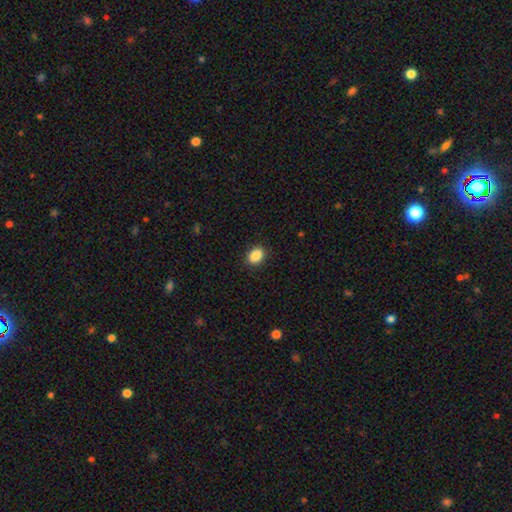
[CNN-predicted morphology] This is clearly a smooth galaxy (88%). How rounded: likely in between (69%). Merging: clearly none (90%).